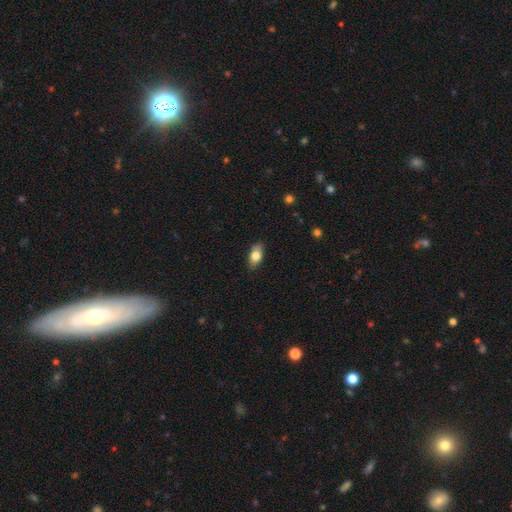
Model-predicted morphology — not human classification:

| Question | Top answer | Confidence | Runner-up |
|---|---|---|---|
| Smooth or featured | smooth | 76% | featured or disk (16%) |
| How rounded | in between | 86% | round (7%) |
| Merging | none | 83% | minor disturbance (13%) |